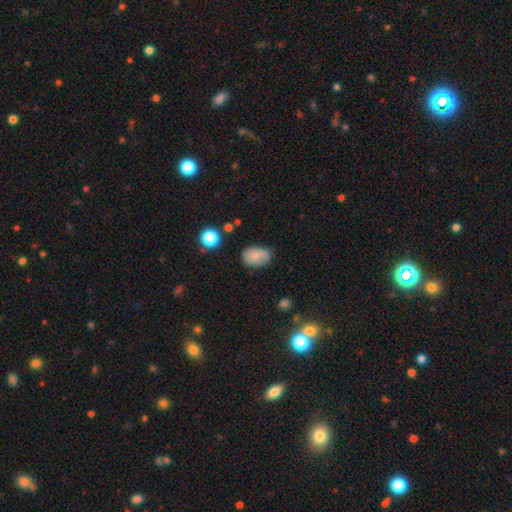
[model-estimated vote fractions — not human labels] smooth-or-featured: smooth: 78% | featured or disk: 12% | star or artifact: 10%
  how-rounded: in between: 82% | round: 16% | cigar-shaped: 1%
  merging: none: 68% | minor disturbance: 23% | major disturbance: 5% | merger: 3%